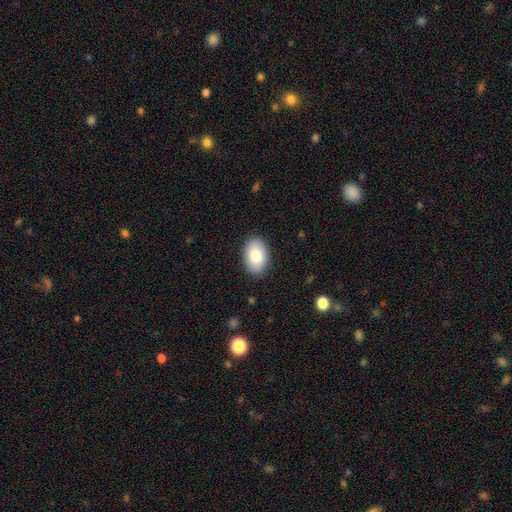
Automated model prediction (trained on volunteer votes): smooth 84%, featured or disk 9%, star or artifact 6%. Down the decision tree: how rounded — in between (90%); merging — none (88%).